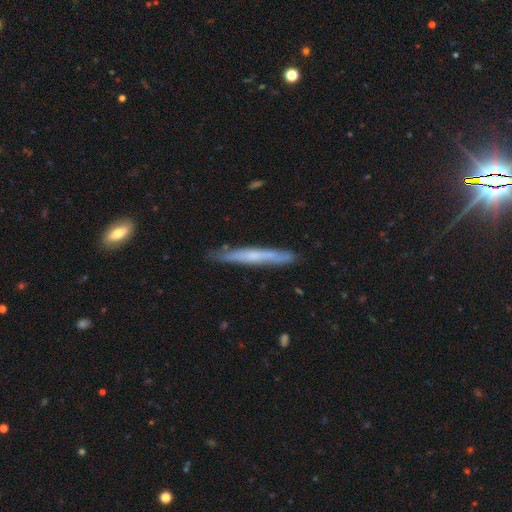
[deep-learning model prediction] A featured or disk galaxy (51%) viewed edge-on (91%). Merging: none (83%).